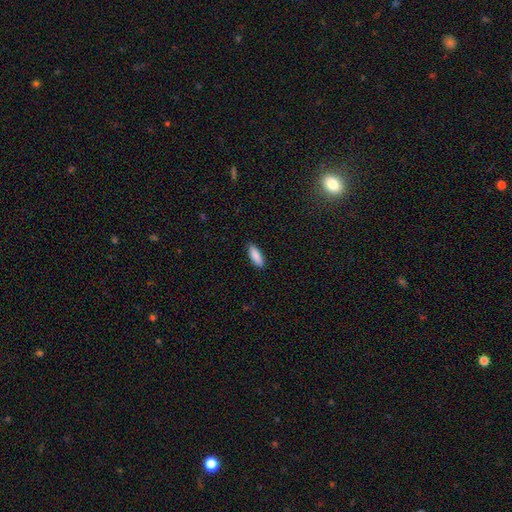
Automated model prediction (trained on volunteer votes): This is clearly a smooth galaxy (90%). How rounded: likely in between (67%). Merging: clearly none (89%).